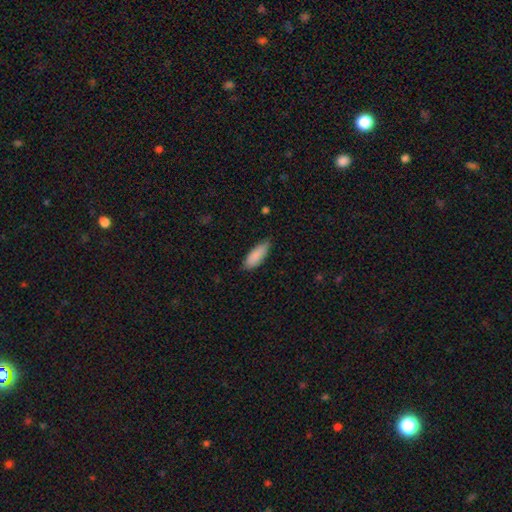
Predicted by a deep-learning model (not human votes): A smooth galaxy with no disk features (88%) that is in between round and cigar-shaped (69%).

Vote fractions:
- Smooth or featured? smooth: 88% / star or artifact: 6% / featured or disk: 6%
- How rounded? in between: 69% / cigar-shaped: 29% / round: 2%
- Merging? none: 77% / minor disturbance: 20% / major disturbance: 3% / merger: 1%